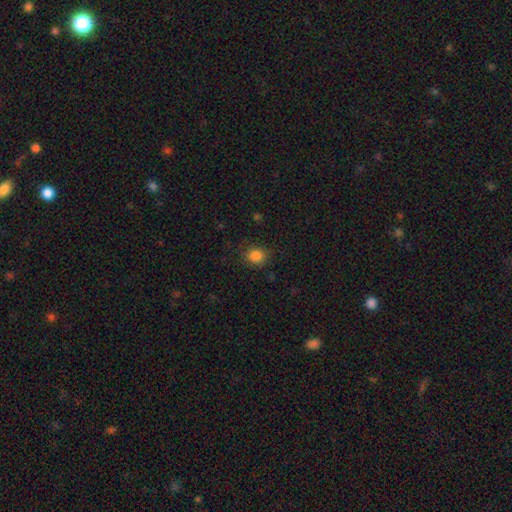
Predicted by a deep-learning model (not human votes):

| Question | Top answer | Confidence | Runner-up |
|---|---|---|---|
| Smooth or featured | smooth | 84% | star or artifact (12%) |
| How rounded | round | 78% | in between (21%) |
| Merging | none | 85% | minor disturbance (11%) |